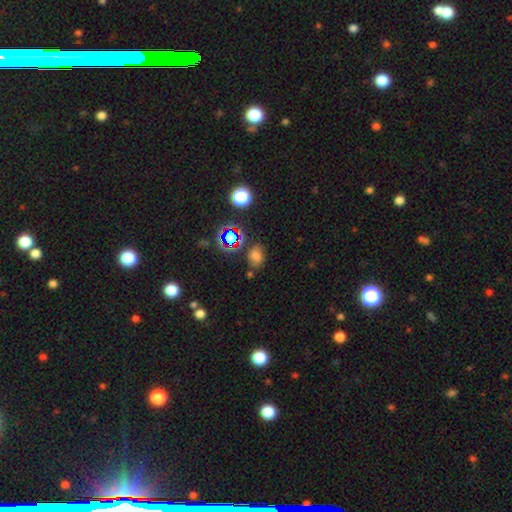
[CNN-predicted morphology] A smooth galaxy with no disk features (63%) that is in between round and cigar-shaped (60%). Merging: none (69%).